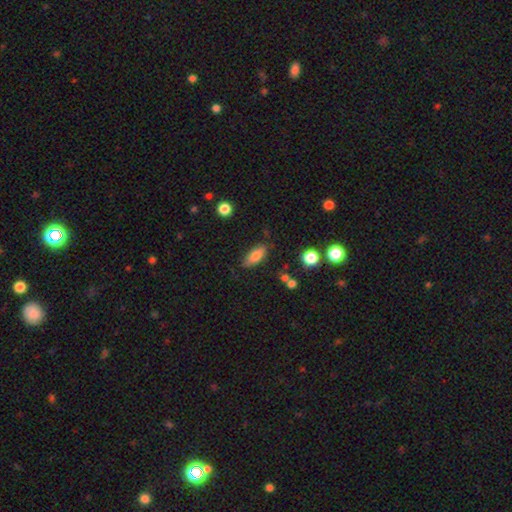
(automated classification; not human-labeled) Smooth or featured?
  - smooth: 78% *
  - featured or disk: 14%
  - star or artifact: 8%
How rounded?
  - in between: 80% *
  - cigar-shaped: 17%
  - round: 3%
Merging?
  - none: 78% *
  - minor disturbance: 16%
  - major disturbance: 3%
  - merger: 3%